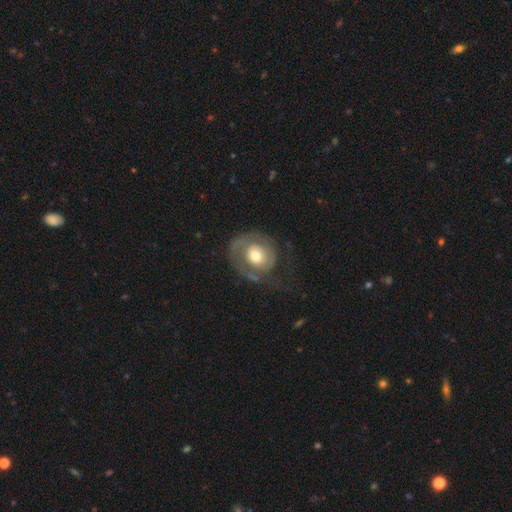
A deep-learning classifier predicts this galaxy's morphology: Smooth or featured? featured or disk (62%)
Edge-on disk? no (97%)
Bar? no (79%)
Spiral arms? yes (72%)
Bulge size? moderate (63%)
Merging? none (48%)